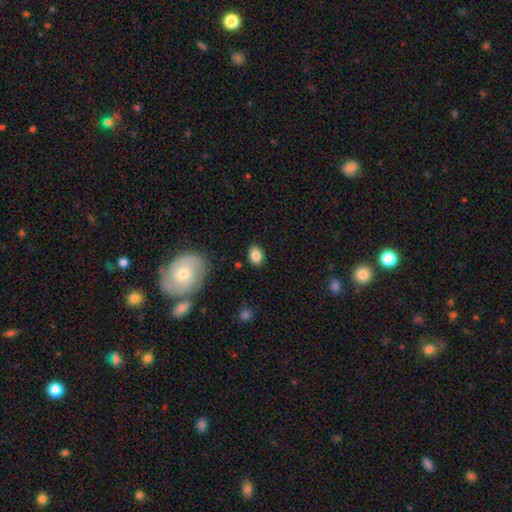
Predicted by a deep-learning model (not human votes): Smooth or featured? smooth (84%)
How rounded? in between (73%)
Merging? none (85%)